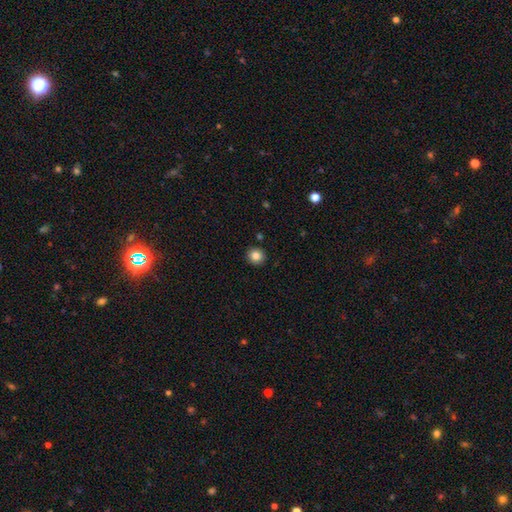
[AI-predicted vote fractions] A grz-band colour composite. It shows a smooth galaxy with no disk features (84%) that is round (89%). Merging: none (91%).